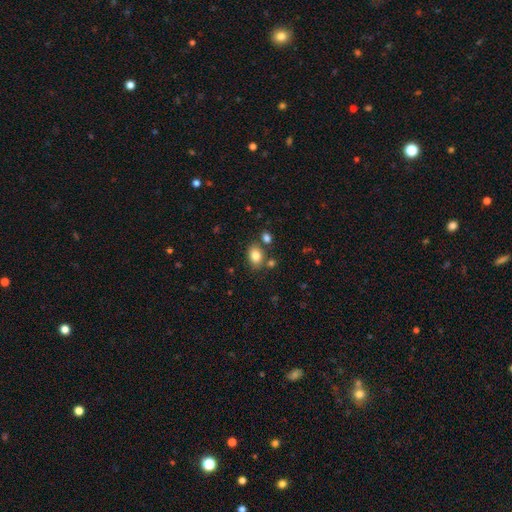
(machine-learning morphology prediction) This appears to be a smooth galaxy with no disk features (82%) that is in between round and cigar-shaped (72%). Merging: none (73%).